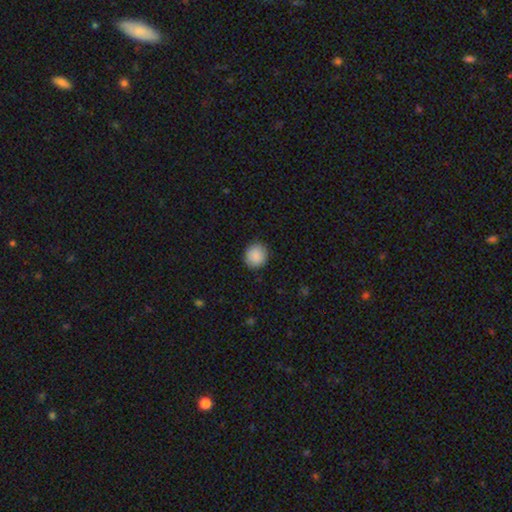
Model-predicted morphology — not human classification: A smooth galaxy with no disk features (89%) that is round (91%). Merging: none (90%).